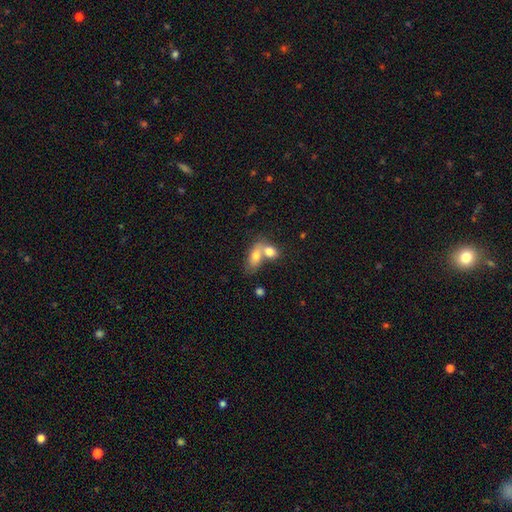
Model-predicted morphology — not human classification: This appears to be a smooth galaxy with no disk features (74%) that is in between round and cigar-shaped (82%). Merging: merger (63%).